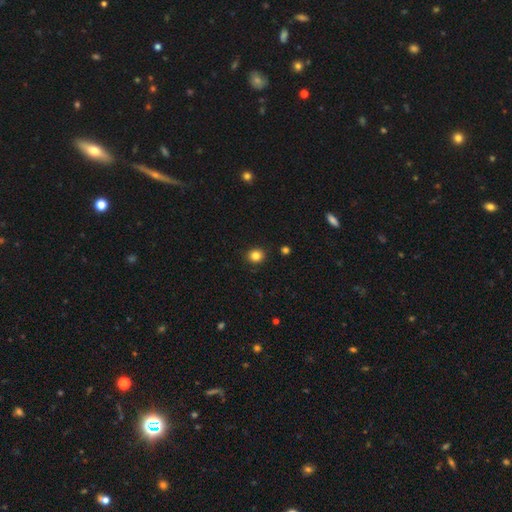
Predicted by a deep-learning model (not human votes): smooth-or-featured: smooth: 83% | star or artifact: 12% | featured or disk: 5%
  how-rounded: round: 85% | in between: 14% | cigar-shaped: 1%
  merging: none: 91% | minor disturbance: 6% | major disturbance: 2% | merger: 1%